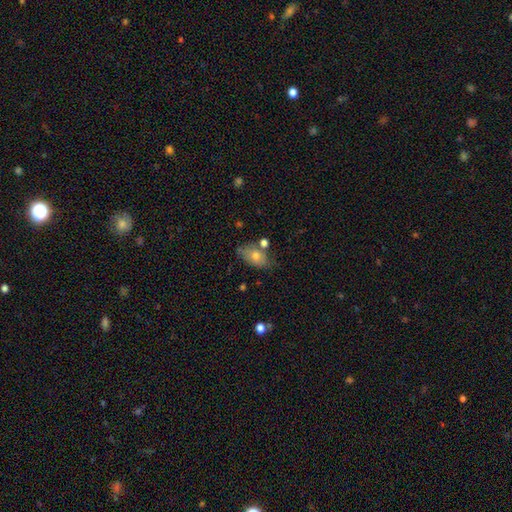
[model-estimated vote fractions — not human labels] The model was most divided on "merging": none: 59%, minor disturbance: 23%, merger: 11%, major disturbance: 7%. More confident: how rounded — in between (87%); smooth or featured — smooth (67%).